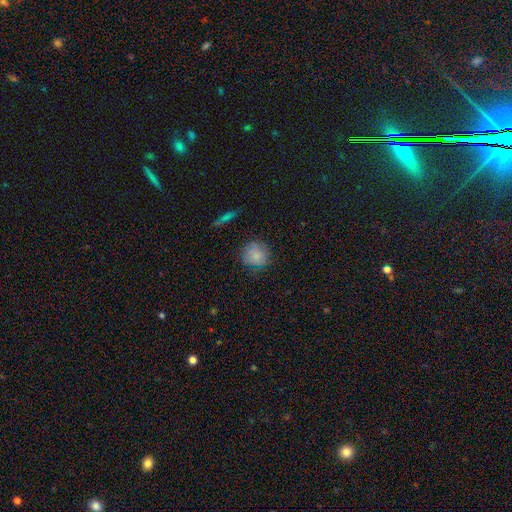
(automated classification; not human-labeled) Smooth or featured? Predicted: smooth (p=0.82). How rounded? Predicted: round (p=0.89). Merging? Predicted: none (p=0.78).